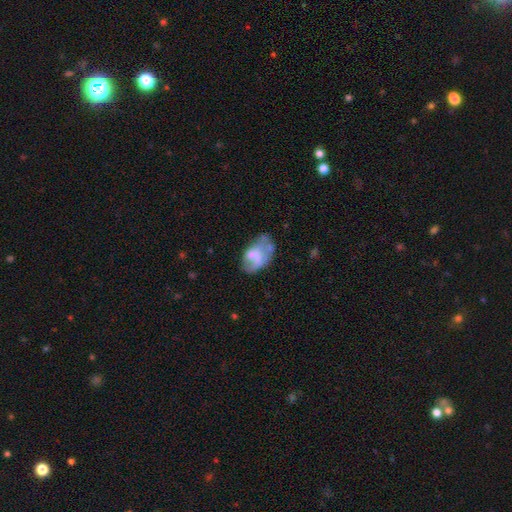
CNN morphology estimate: Smooth or featured?
  - featured or disk: 49% *
  - smooth: 42%
  - star or artifact: 9%
Merging?
  - none: 37% *
  - minor disturbance: 26%
  - major disturbance: 25%
  - merger: 12%